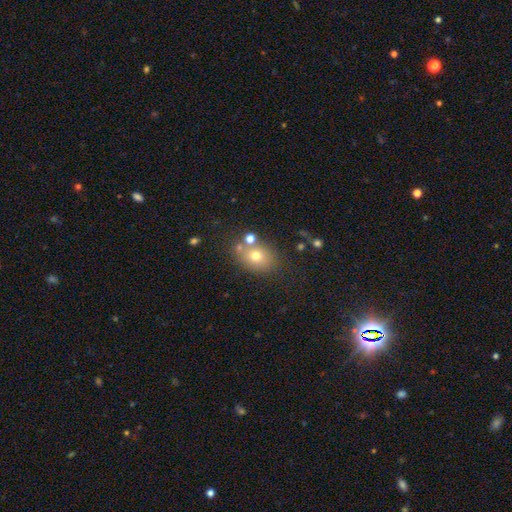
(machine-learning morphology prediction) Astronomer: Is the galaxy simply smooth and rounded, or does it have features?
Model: smooth — 70%.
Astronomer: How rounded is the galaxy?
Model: in between — 55% (runner-up: round, 44%).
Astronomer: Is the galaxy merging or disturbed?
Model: none — 67%.